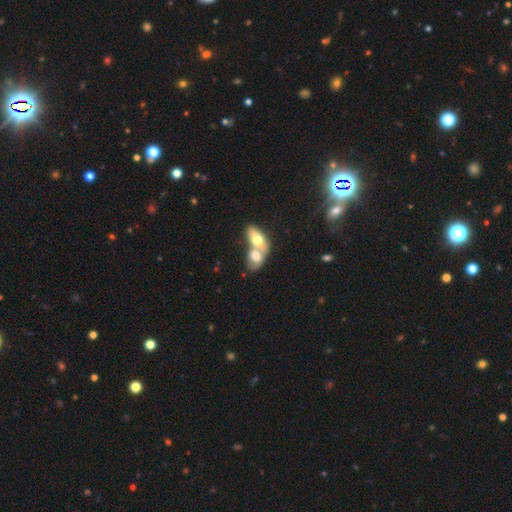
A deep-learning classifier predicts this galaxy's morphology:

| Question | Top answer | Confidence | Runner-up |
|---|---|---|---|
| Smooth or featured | smooth | 66% | featured or disk (28%) |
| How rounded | in between | 84% | round (12%) |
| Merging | merger | 80% | none (12%) |